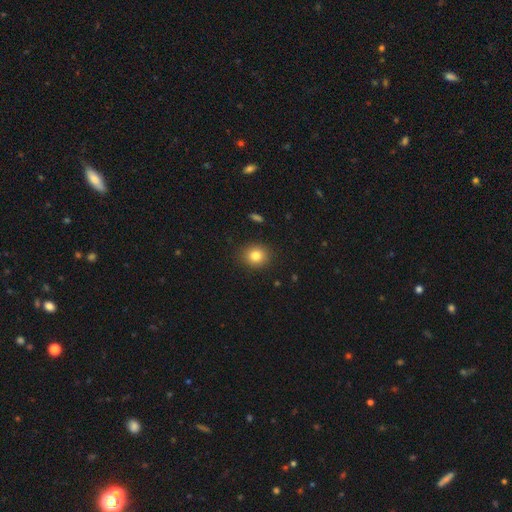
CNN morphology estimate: smooth-or-featured: smooth: 82% | star or artifact: 11% | featured or disk: 7%
  how-rounded: round: 77% | in between: 22% | cigar-shaped: 1%
  merging: none: 89% | minor disturbance: 7% | major disturbance: 2% | merger: 1%